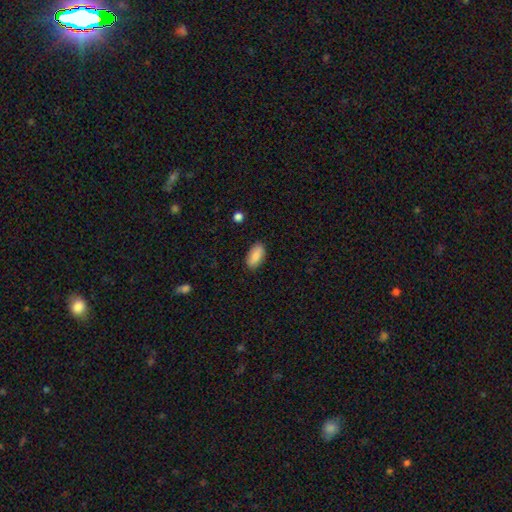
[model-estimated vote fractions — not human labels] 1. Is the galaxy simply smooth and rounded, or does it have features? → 86% smooth, 8% featured or disk, 7% star or artifact.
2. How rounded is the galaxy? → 91% in between, 6% cigar-shaped, 3% round.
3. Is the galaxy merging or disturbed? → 86% none, 10% minor disturbance, 2% major disturbance, 1% merger.